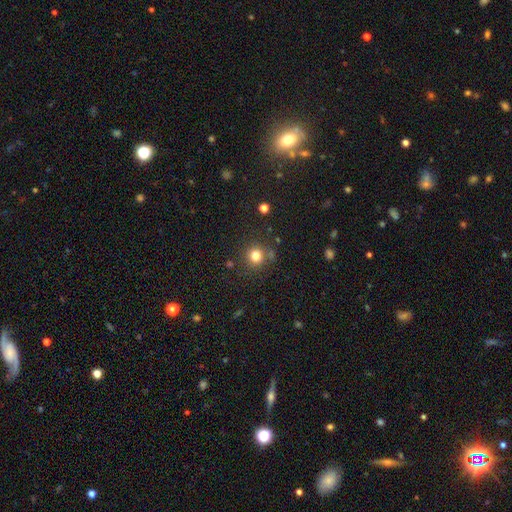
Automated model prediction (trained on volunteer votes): This is clearly a smooth galaxy (80%). How rounded: clearly round (93%). Merging: clearly none (82%).